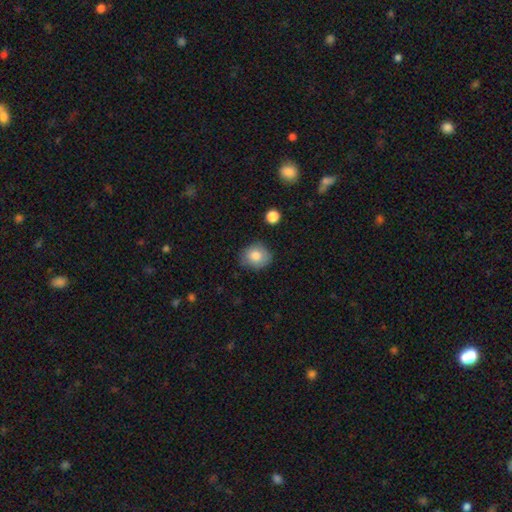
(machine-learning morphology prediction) Smooth or featured? smooth (81%)
How rounded? round (72%)
Merging? none (77%)